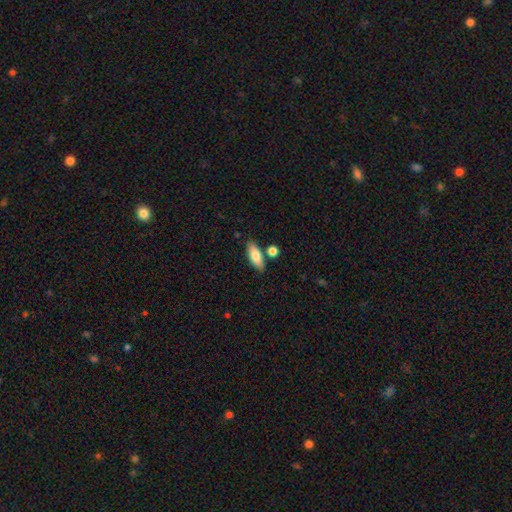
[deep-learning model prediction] Smooth or featured? smooth (77%)
How rounded? in between (76%)
Merging? none (77%)